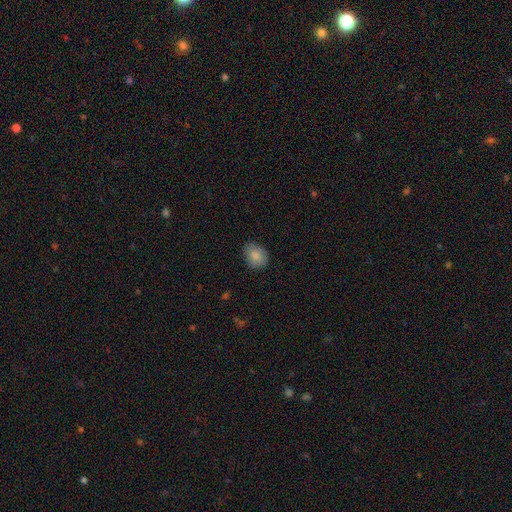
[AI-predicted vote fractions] Overall: smooth (86%). How rounded: in between (61%; round 38%). Merging: none (80%).